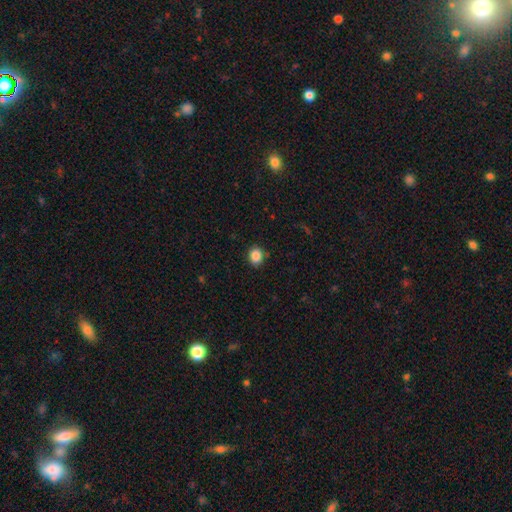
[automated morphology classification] smooth 87%, star or artifact 9%, featured or disk 3%. Down the decision tree: how rounded — round (65%); merging — none (87%).